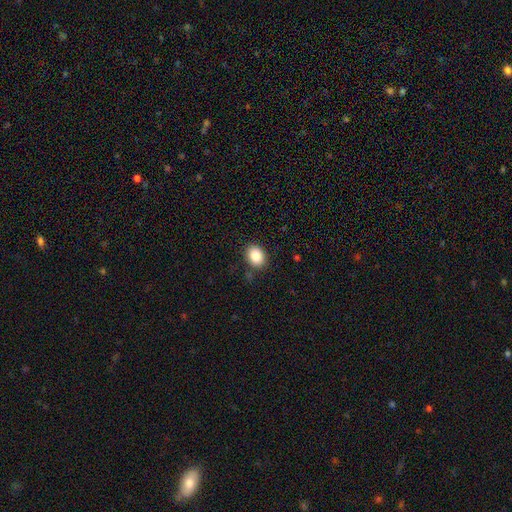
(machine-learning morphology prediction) smooth-or-featured: smooth: 86% | star or artifact: 9% | featured or disk: 5%
  how-rounded: in between: 59% | round: 41% | cigar-shaped: 1%
  merging: none: 85% | minor disturbance: 10% | major disturbance: 3% | merger: 2%